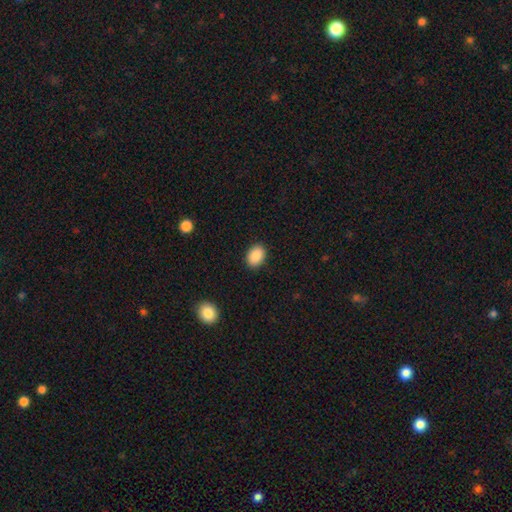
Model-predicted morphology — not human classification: smooth_or_featured: smooth (p=0.89) [alt: star or artifact p=0.07]
how_rounded: in between (p=0.73) [alt: round p=0.26]
merging: none (p=0.90) [alt: minor disturbance p=0.07]